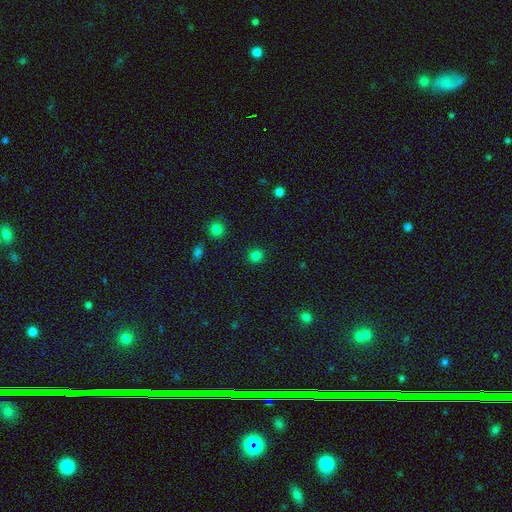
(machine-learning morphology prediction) smooth 81%, star or artifact 15%, featured or disk 4%. Down the decision tree: how rounded — round (89%); merging — none (90%).